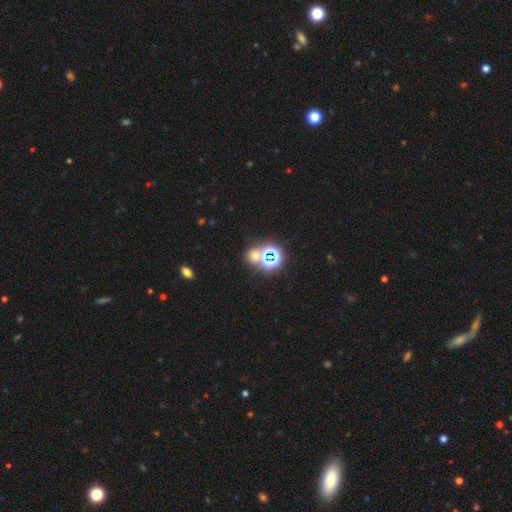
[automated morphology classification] star or artifact 49%, smooth 43%, featured or disk 8%.